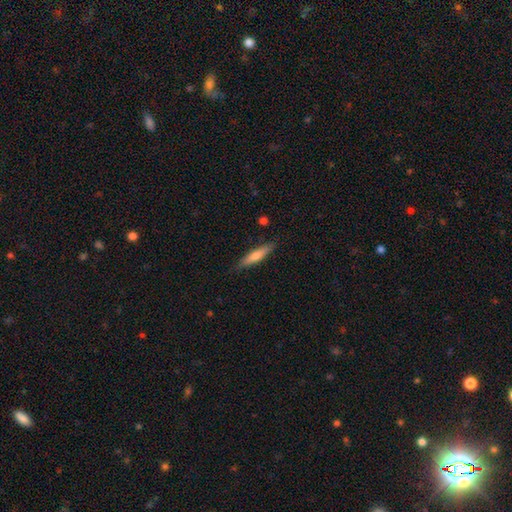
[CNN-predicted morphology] Smooth or featured? Predicted: smooth (p=0.63). How rounded? Predicted: cigar-shaped (p=0.84). Merging? Predicted: none (p=0.86).